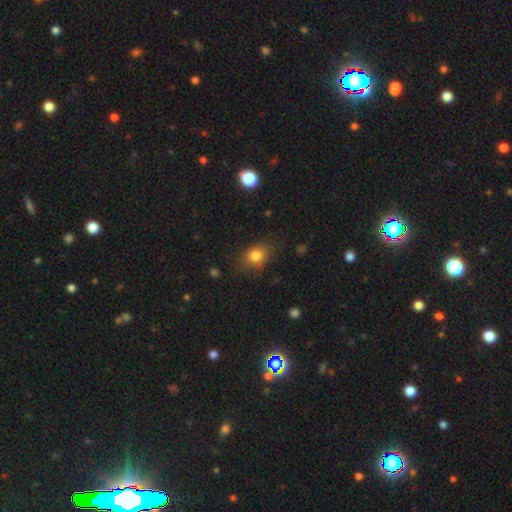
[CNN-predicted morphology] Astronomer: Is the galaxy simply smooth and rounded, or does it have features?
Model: smooth — 82%.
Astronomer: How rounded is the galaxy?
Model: in between — 52% (runner-up: round, 47%).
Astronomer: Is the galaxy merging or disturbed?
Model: none — 78%.